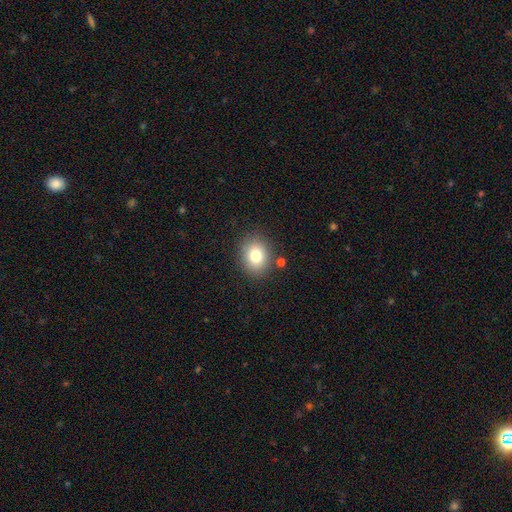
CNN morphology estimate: The model was most divided on "how rounded": round: 58%, in between: 41%, cigar-shaped: 1%. More confident: merging — none (83%); smooth or featured — smooth (78%).